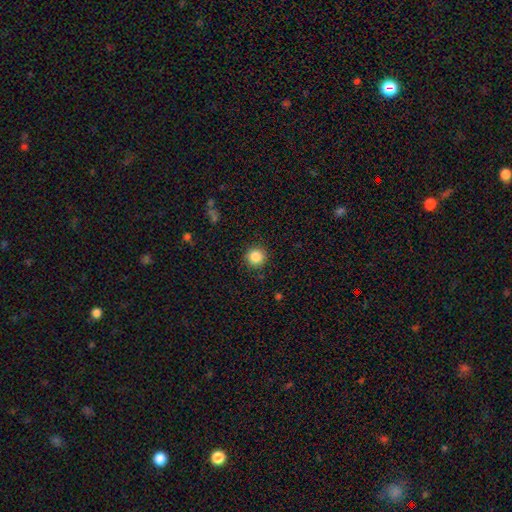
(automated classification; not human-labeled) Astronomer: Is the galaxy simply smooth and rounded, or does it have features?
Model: smooth — 86%.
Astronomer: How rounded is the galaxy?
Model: round — 95%.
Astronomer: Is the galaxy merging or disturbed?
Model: none — 91%.